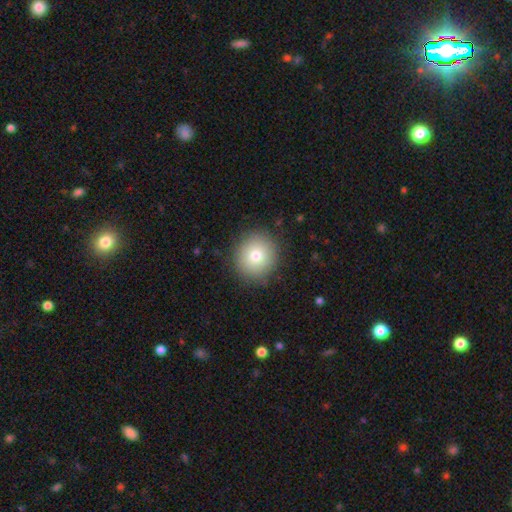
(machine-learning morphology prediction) smooth_or_featured: smooth (p=0.79) [alt: featured or disk p=0.11]
how_rounded: round (p=0.87) [alt: in between p=0.12]
merging: none (p=0.89) [alt: minor disturbance p=0.07]